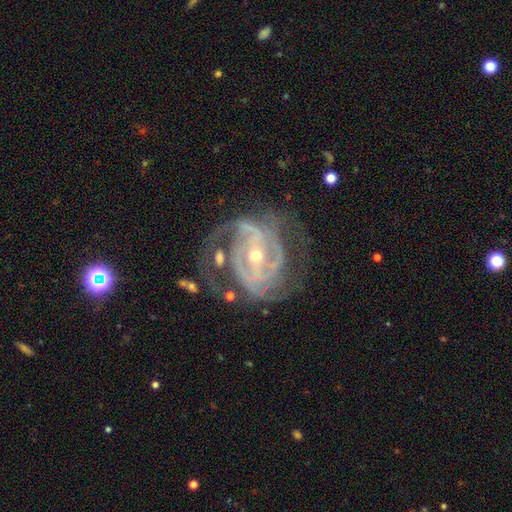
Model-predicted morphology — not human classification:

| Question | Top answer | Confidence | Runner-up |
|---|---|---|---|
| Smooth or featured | featured or disk | 91% | star or artifact (5%) |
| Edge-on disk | no | 97% | yes (3%) |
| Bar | weak | 37% | strong (35%) |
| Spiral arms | yes | 96% | no (4%) |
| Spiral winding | tight | 50% | medium (39%) |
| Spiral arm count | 2 | 37% | 3 (24%) |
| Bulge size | small | 57% | moderate (40%) |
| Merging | none | 52% | major disturbance (23%) |